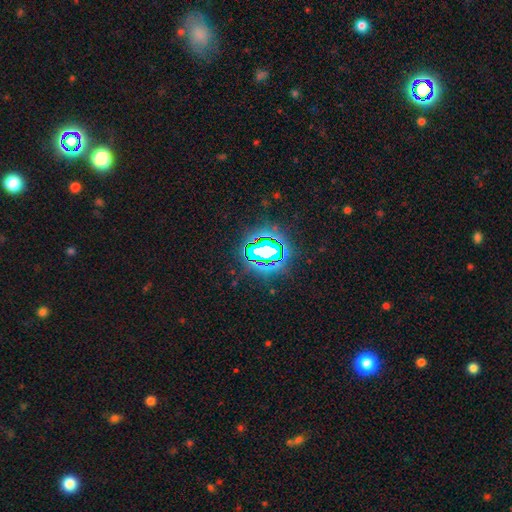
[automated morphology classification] star or artifact 82%, smooth 11%, featured or disk 7%.